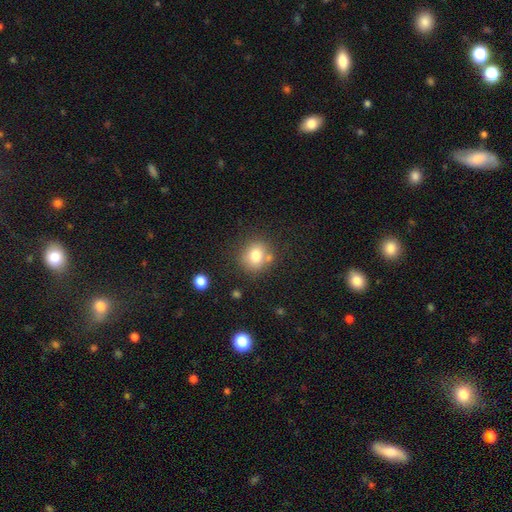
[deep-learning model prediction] A smooth galaxy with no disk features (78%) that is round (77%).

Vote fractions:
- Smooth or featured? smooth: 78% / featured or disk: 11% / star or artifact: 11%
- How rounded? round: 77% / in between: 22% / cigar-shaped: 1%
- Merging? none: 70% / minor disturbance: 14% / merger: 13% / major disturbance: 4%